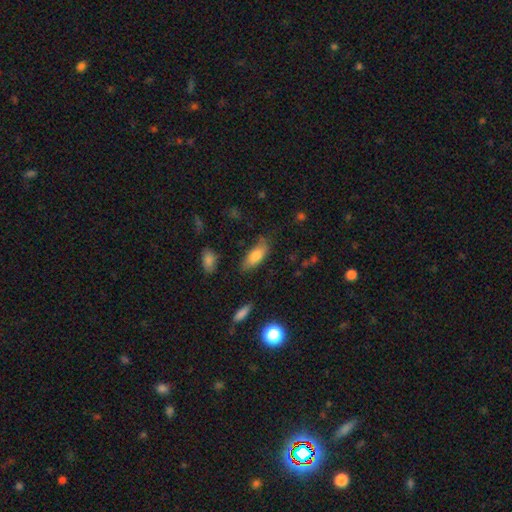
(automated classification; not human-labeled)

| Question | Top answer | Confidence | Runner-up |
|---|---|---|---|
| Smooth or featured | smooth | 78% | featured or disk (14%) |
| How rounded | in between | 78% | cigar-shaped (20%) |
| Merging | none | 69% | minor disturbance (22%) |